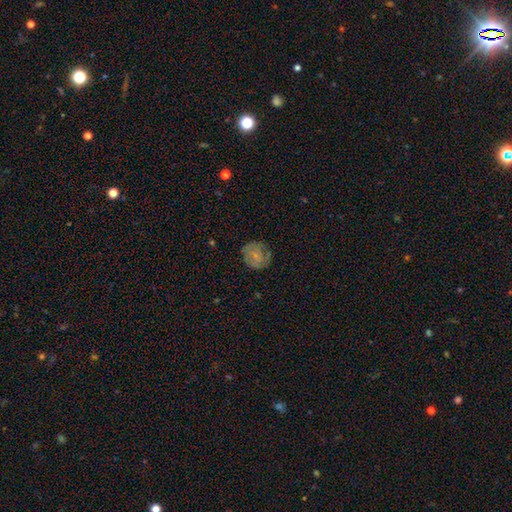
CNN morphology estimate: Smooth or featured? Predicted: smooth (p=0.55). How rounded? Predicted: round (p=0.80). Merging? Predicted: none (p=0.67).